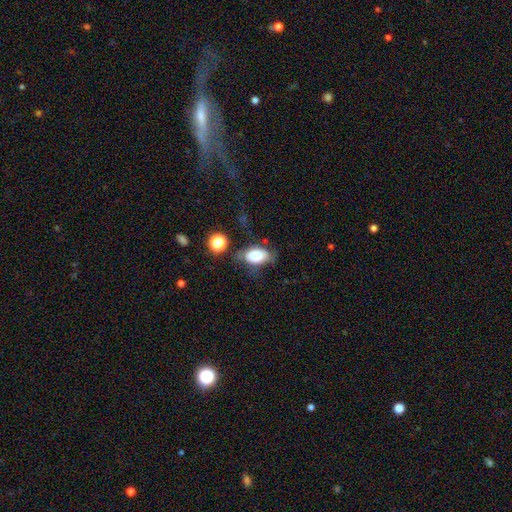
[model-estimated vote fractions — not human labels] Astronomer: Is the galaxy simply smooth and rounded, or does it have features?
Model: smooth — 74%.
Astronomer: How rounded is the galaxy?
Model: in between — 89%.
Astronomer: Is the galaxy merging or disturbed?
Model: none — 65%.